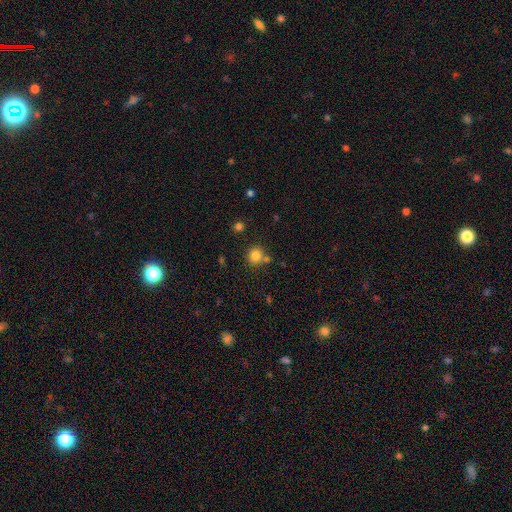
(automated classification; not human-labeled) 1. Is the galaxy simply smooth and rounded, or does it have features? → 82% smooth, 12% star or artifact, 6% featured or disk.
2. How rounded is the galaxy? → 88% round, 11% in between, 1% cigar-shaped.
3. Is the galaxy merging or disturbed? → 72% none, 15% merger, 10% minor disturbance, 3% major disturbance.